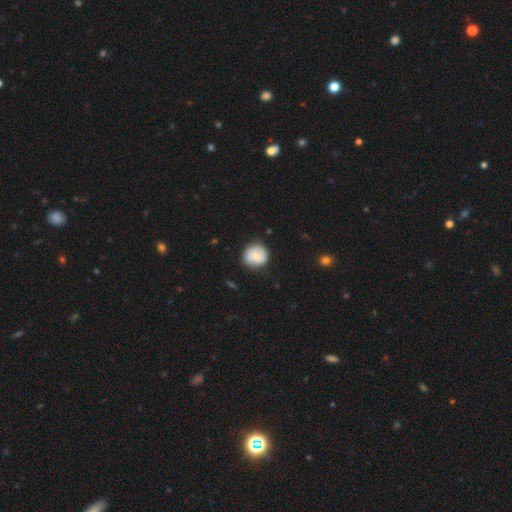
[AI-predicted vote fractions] smooth 55%, featured or disk 38%, star or artifact 7%. Down the decision tree: how rounded — round (87%); merging — none (78%).